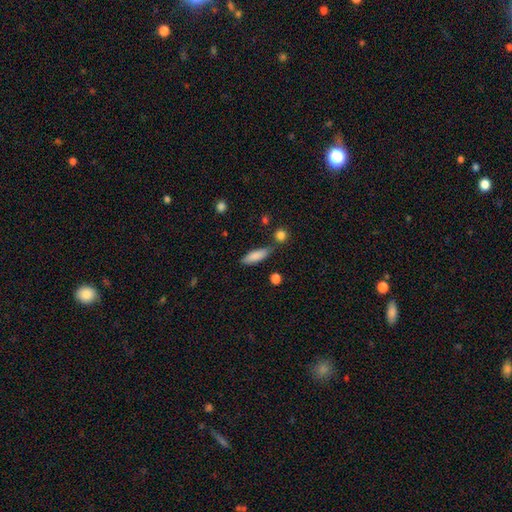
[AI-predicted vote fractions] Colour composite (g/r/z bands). It shows a smooth galaxy with no disk features (85%) that is in between round and cigar-shaped (57%). Merging: none (74%).